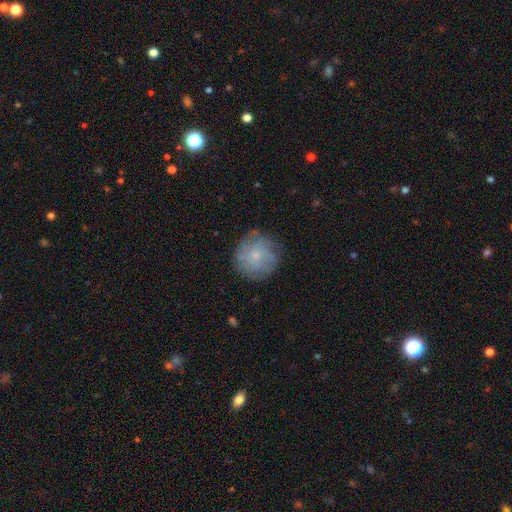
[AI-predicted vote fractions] Q: Smooth or featured?
A: smooth (49%); runner-up: featured or disk (42%)
Q: Merging?
A: none (78%); runner-up: minor disturbance (15%)